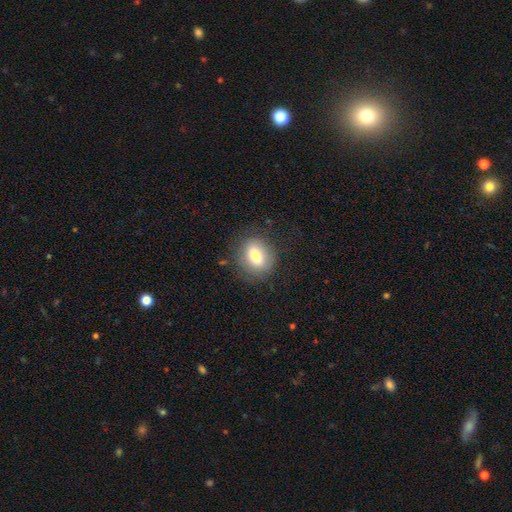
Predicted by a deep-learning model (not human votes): smooth-or-featured: smooth: 72% | featured or disk: 20% | star or artifact: 9%
  how-rounded: in between: 55% | round: 42% | cigar-shaped: 3%
  merging: none: 80% | minor disturbance: 13% | major disturbance: 5% | merger: 2%